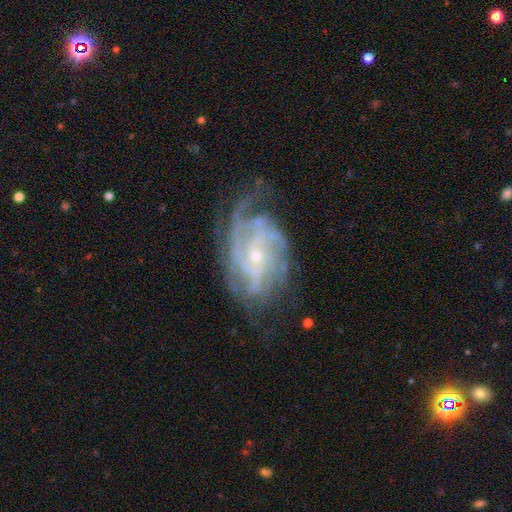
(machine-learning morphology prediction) The model was most divided on "spiral arm count": can't tell: 31%, 2: 21%, 3: 20%, 4: 15%, more than 4: 7%, 1: 6%. More confident: edge-on disk — no (96%); spiral arms — yes (95%); smooth or featured — featured or disk (87%); bulge size — small (78%); bar — no (62%); merging — none (59%); spiral winding — tight (51%).